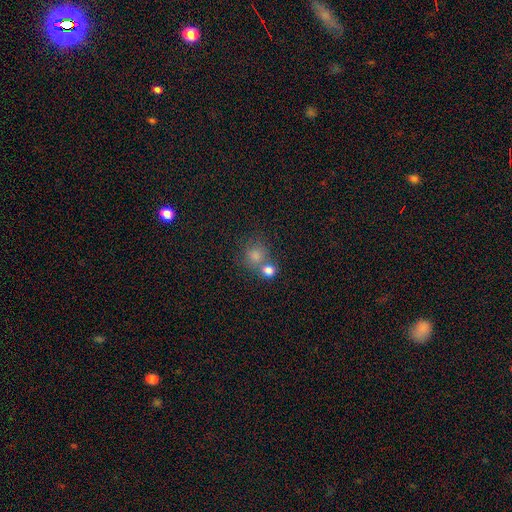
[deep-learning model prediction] A smooth galaxy with no disk features (75%) that is round (87%). Merging: none (57%).